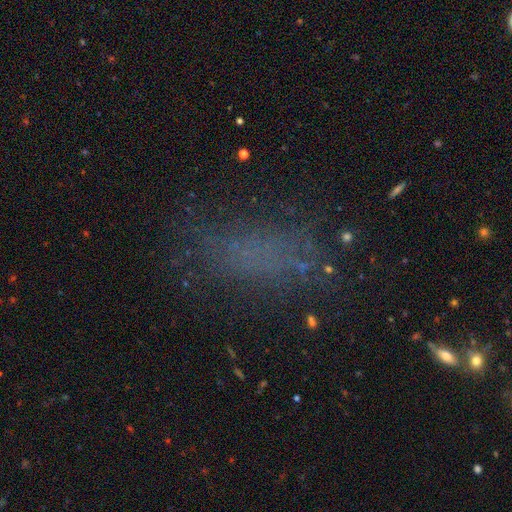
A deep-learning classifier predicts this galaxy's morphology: The model was most divided on "smooth or featured": smooth: 51%, star or artifact: 27%, featured or disk: 22%. More confident: how rounded — in between (73%); merging — none (60%).